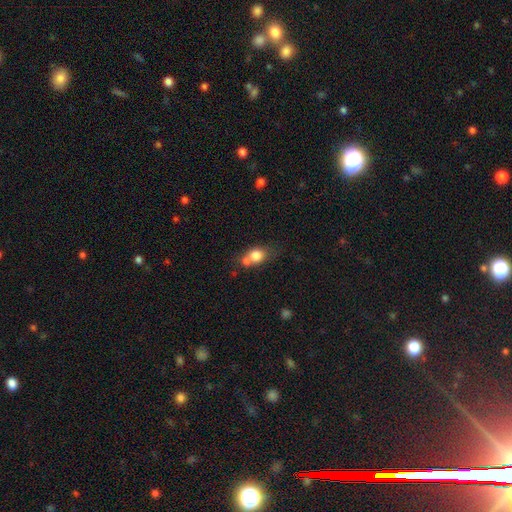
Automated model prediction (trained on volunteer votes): smooth_or_featured: smooth (p=0.77) [alt: featured or disk p=0.14]
how_rounded: round (p=0.53) [alt: in between p=0.44]
merging: merger (p=0.46) [alt: none p=0.38]